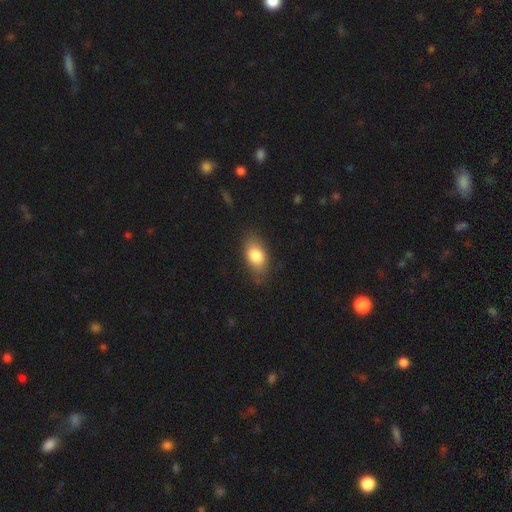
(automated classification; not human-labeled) smooth 82%, featured or disk 11%, star or artifact 7%. Down the decision tree: how rounded — in between (88%); merging — none (75%).